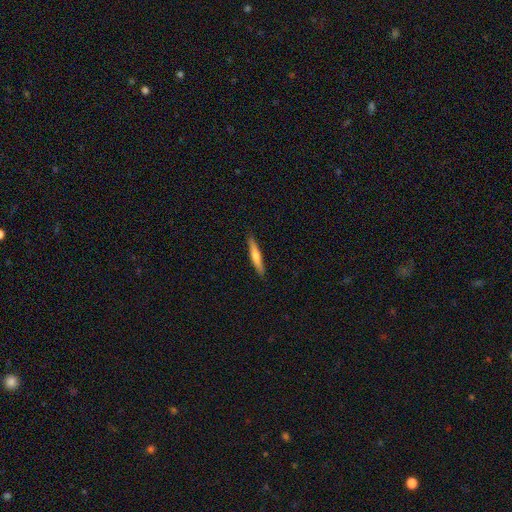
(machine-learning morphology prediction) This is possibly a smooth galaxy (59%). How rounded: clearly cigar-shaped (92%). Merging: clearly none (90%).